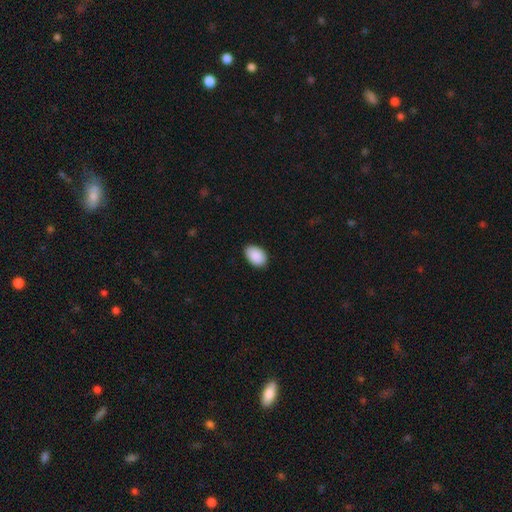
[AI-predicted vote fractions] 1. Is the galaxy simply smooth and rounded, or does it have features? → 91% smooth, 6% star or artifact, 3% featured or disk.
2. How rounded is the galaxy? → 87% in between, 12% round, 1% cigar-shaped.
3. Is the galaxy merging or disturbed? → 88% none, 9% minor disturbance, 2% major disturbance, 1% merger.